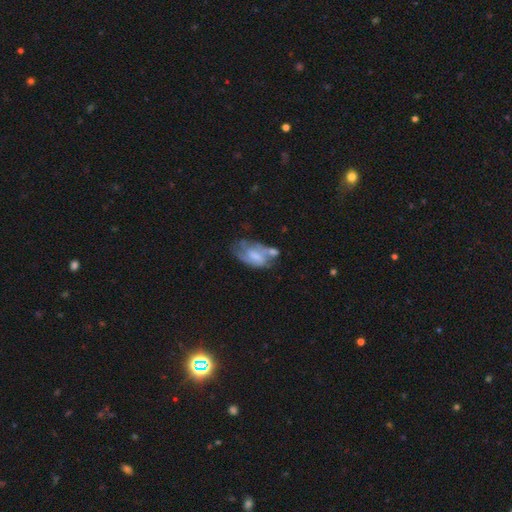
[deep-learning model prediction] Smooth or featured? featured or disk (60%)
Edge-on disk? no (95%)
Bar? weak (44%)
Spiral arms? yes (67%)
Bulge size? small (35%)
Merging? none (33%)